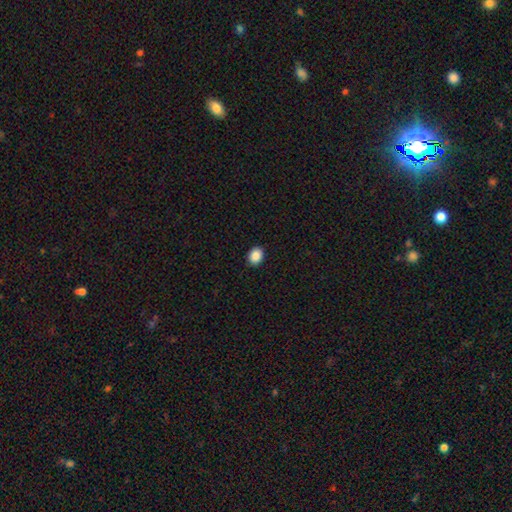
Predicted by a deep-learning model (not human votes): A smooth galaxy with no disk features (89%) that is round (50%).

Vote fractions:
- Smooth or featured? smooth: 89% / star or artifact: 8% / featured or disk: 3%
- How rounded? round: 50% / in between: 49% / cigar-shaped: 1%
- Merging? none: 91% / minor disturbance: 6% / major disturbance: 2% / merger: 1%